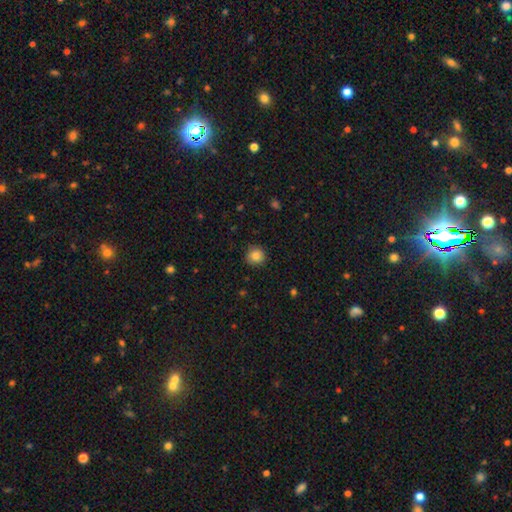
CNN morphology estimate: This appears to be a smooth galaxy with no disk features (84%) that is round (92%). Merging: none (88%).